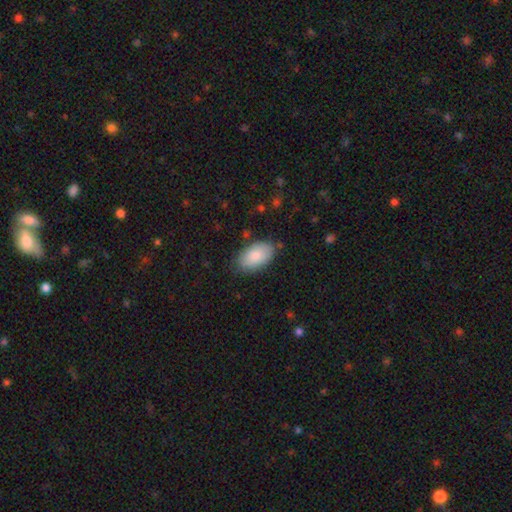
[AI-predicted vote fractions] Smooth or featured: smooth — 85% (featured or disk — 9%)
How rounded: in between — 95% (round — 4%)
Merging: none — 79% (minor disturbance — 16%)